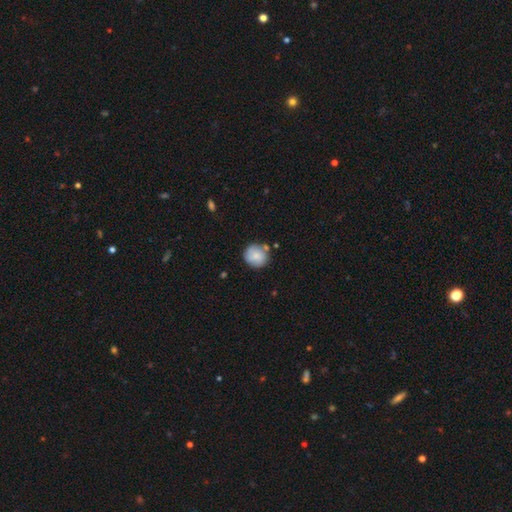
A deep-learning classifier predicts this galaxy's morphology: Smooth or featured? Predicted: smooth (p=0.79). How rounded? Predicted: round (p=0.91). Merging? Predicted: none (p=0.74).